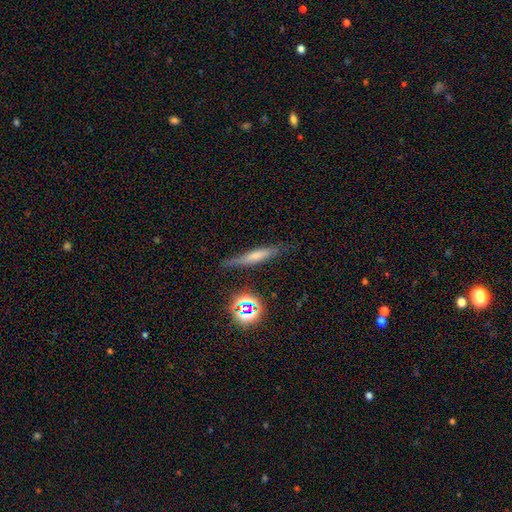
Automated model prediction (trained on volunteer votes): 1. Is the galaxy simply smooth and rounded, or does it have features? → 42% featured or disk, 41% smooth, 17% star or artifact.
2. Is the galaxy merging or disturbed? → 80% none, 14% minor disturbance, 4% major disturbance, 2% merger.